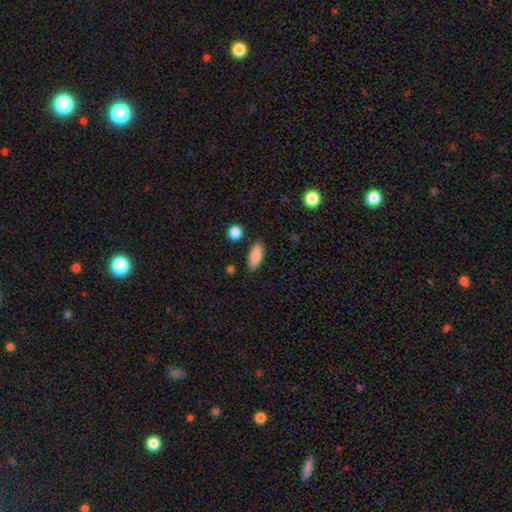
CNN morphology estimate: This appears to be a smooth galaxy with no disk features (88%) that is in between round and cigar-shaped (80%). Merging: none (86%).